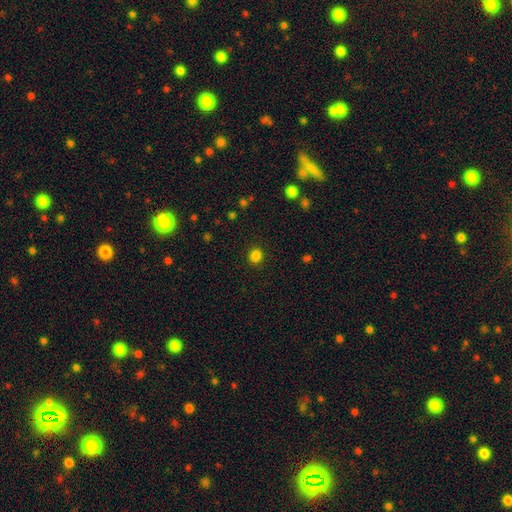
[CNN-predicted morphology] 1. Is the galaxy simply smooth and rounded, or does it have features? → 84% smooth, 13% star or artifact, 3% featured or disk.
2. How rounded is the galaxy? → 86% round, 13% in between, 1% cigar-shaped.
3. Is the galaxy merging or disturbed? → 91% none, 6% minor disturbance, 2% major disturbance, 1% merger.